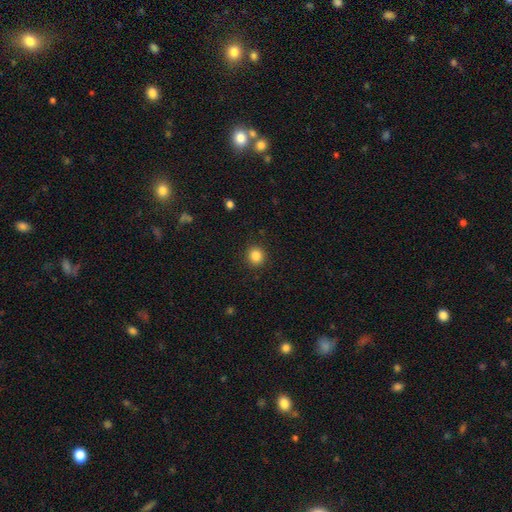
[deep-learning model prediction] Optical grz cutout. It shows a smooth galaxy with no disk features (85%) that is round (88%). Merging: none (90%).